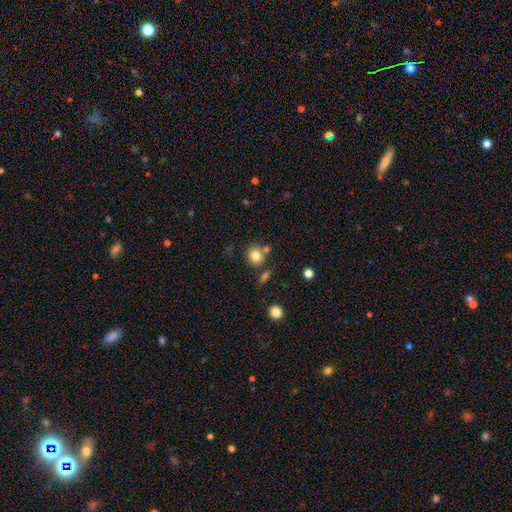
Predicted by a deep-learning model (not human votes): Smooth or featured?
  - smooth: 79% *
  - star or artifact: 11%
  - featured or disk: 10%
How rounded?
  - round: 85% *
  - in between: 14%
  - cigar-shaped: 1%
Merging?
  - none: 72% *
  - merger: 14%
  - minor disturbance: 11%
  - major disturbance: 3%